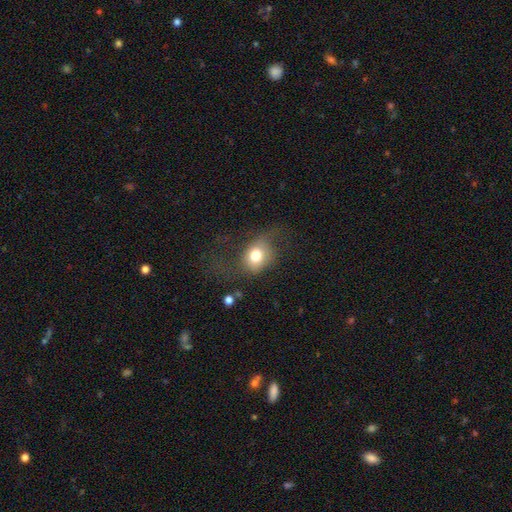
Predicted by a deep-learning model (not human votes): A smooth galaxy with no disk features (75%) that is round (51%).

Vote fractions:
- Smooth or featured? smooth: 75% / featured or disk: 15% / star or artifact: 10%
- How rounded? round: 51% / in between: 47% / cigar-shaped: 1%
- Merging? none: 43% / major disturbance: 31% / minor disturbance: 24% / merger: 3%